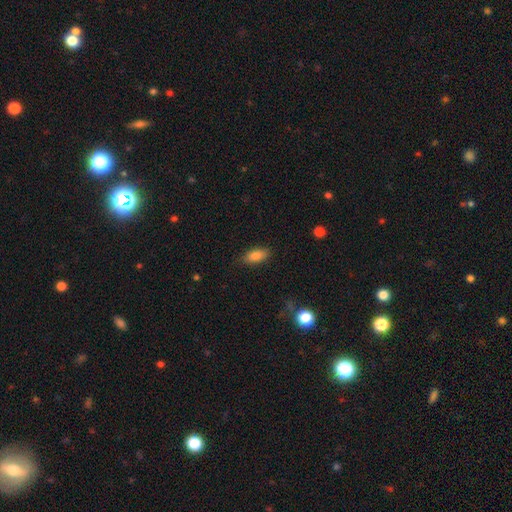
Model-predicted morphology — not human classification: Smooth or featured? smooth (84%)
How rounded? in between (84%)
Merging? none (83%)